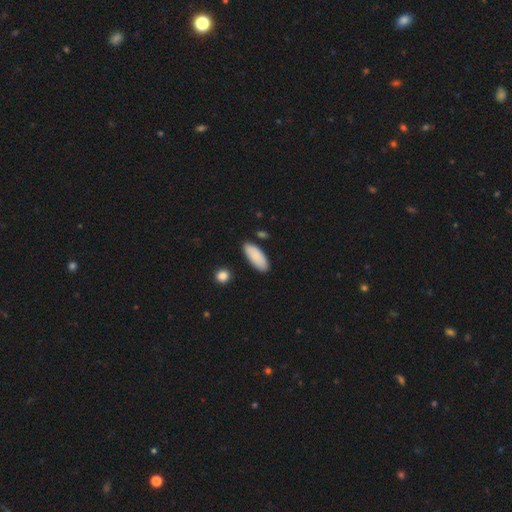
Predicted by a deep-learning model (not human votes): This is clearly a smooth galaxy (88%). How rounded: clearly in between (81%). Merging: clearly none (84%).